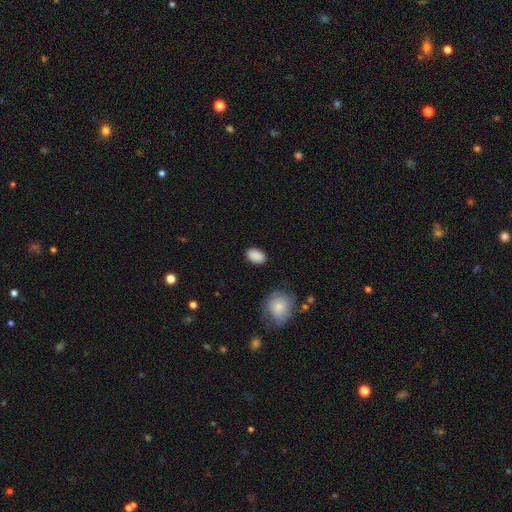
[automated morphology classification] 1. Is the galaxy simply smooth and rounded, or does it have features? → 89% smooth, 8% star or artifact, 3% featured or disk.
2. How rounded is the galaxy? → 89% in between, 10% round, 1% cigar-shaped.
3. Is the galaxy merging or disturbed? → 87% none, 9% minor disturbance, 2% major disturbance, 2% merger.